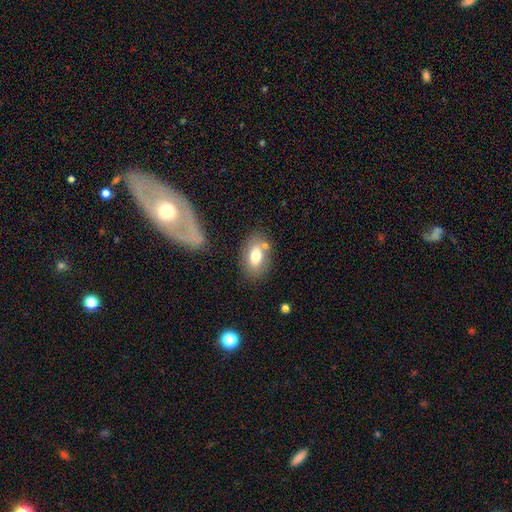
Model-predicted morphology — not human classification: Overall: smooth (74%). How rounded: in between (85%). Merging: none (70%).